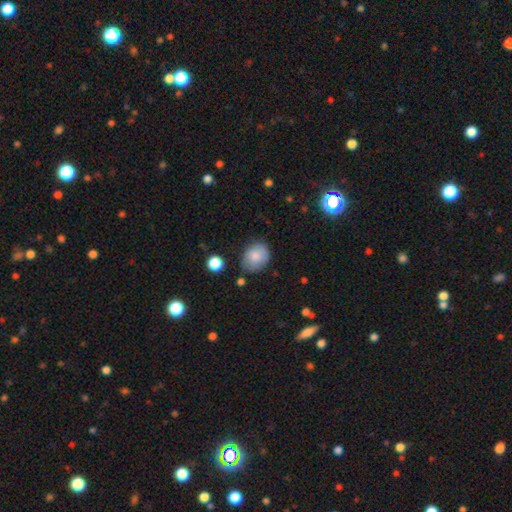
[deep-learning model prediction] Smooth or featured: smooth — 77% (featured or disk — 15%)
How rounded: in between — 53% (round — 47%)
Merging: none — 67% (minor disturbance — 24%)